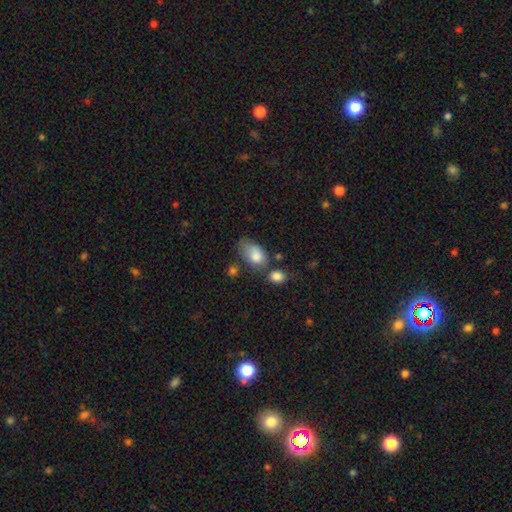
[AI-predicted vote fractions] Smooth or featured?
  - smooth: 81% *
  - featured or disk: 11%
  - star or artifact: 8%
How rounded?
  - in between: 87% *
  - round: 12%
  - cigar-shaped: 2%
Merging?
  - none: 34% *
  - minor disturbance: 33%
  - major disturbance: 17%
  - merger: 16%